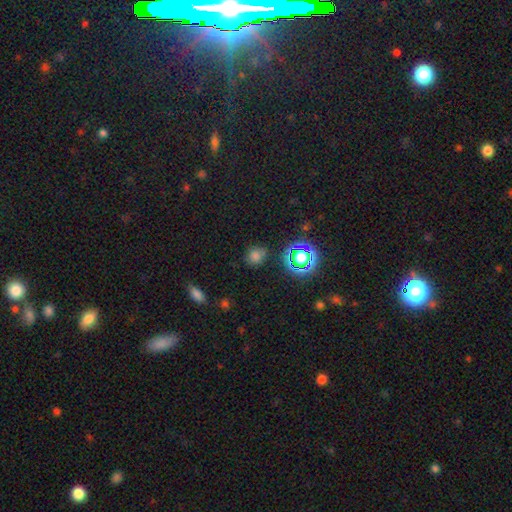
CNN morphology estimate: This is likely a smooth galaxy (66%). How rounded: likely round (69%). Merging: likely none (77%).